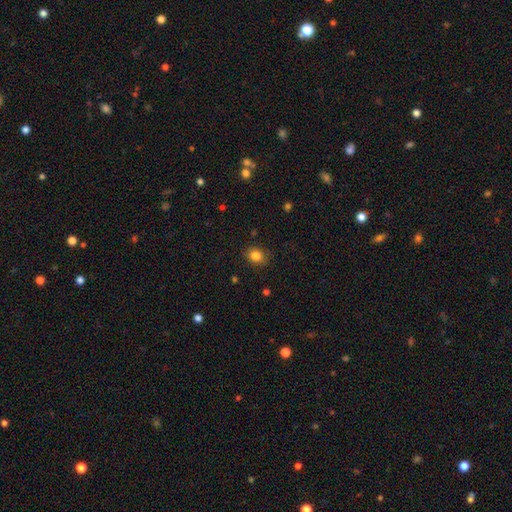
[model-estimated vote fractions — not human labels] A smooth galaxy with no disk features (83%) that is round (54%). Merging: none (83%).